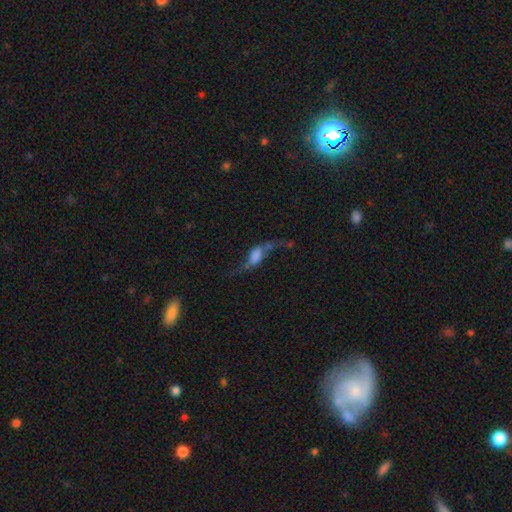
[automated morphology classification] A featured or disk galaxy (53%).

Vote fractions:
- Smooth or featured? featured or disk: 53% / smooth: 37% / star or artifact: 11%
- Edge-on disk? no: 76% / yes: 24%
- Merging? major disturbance: 37% / none: 34% / minor disturbance: 19% / merger: 10%